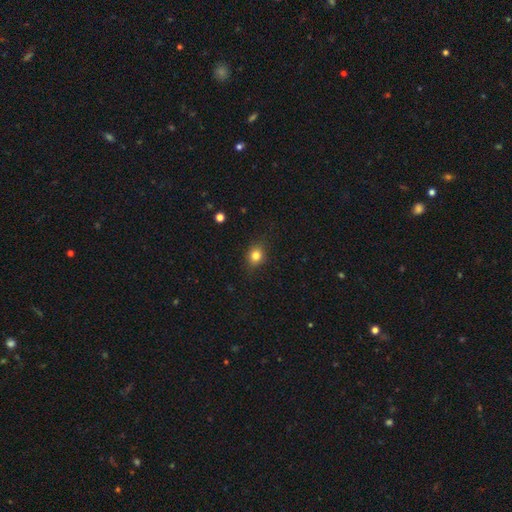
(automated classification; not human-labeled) Overall: smooth (81%). How rounded: round (55%; in between 44%). Merging: none (84%).